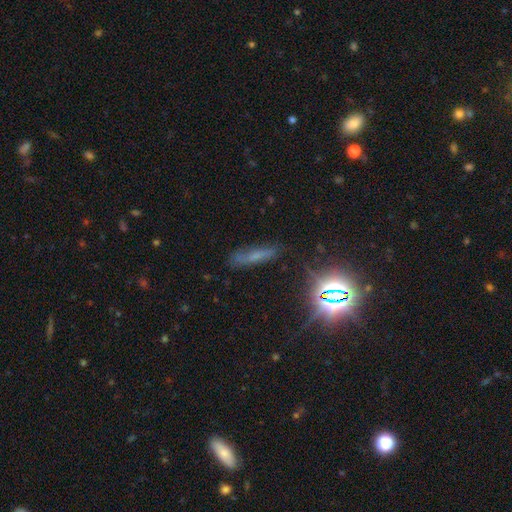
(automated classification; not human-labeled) The model was most divided on "smooth or featured": smooth: 43%, star or artifact: 31%, featured or disk: 26%. More confident: merging — none (71%).